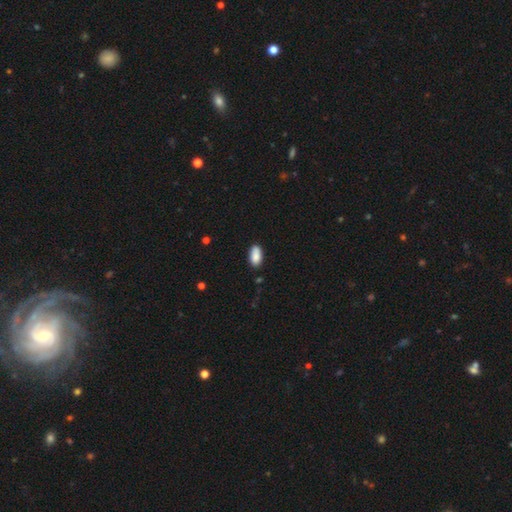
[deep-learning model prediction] Q: Smooth or featured?
A: smooth (88%); runner-up: star or artifact (7%)
Q: How rounded?
A: in between (92%); runner-up: cigar-shaped (5%)
Q: Merging?
A: none (81%); runner-up: minor disturbance (14%)